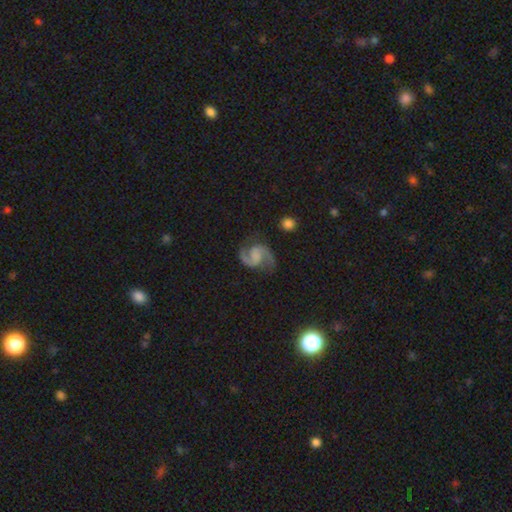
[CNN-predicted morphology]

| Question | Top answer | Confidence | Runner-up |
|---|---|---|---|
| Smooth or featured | featured or disk | 90% | smooth (5%) |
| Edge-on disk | no | 98% | yes (2%) |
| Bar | no | 46% | weak (41%) |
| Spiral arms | yes | 98% | no (2%) |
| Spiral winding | medium | 58% | loose (29%) |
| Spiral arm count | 2 | 94% | 1 (2%) |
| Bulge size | none | 60% | small (16%) |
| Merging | none | 77% | minor disturbance (15%) |